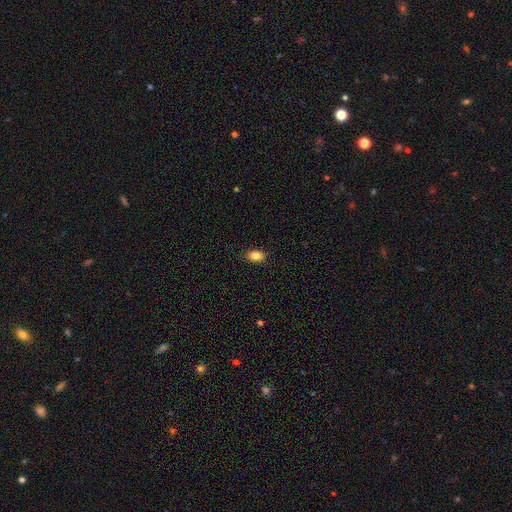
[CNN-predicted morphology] This appears to be a smooth galaxy with no disk features (87%) that is in between round and cigar-shaped (88%). Merging: none (86%).